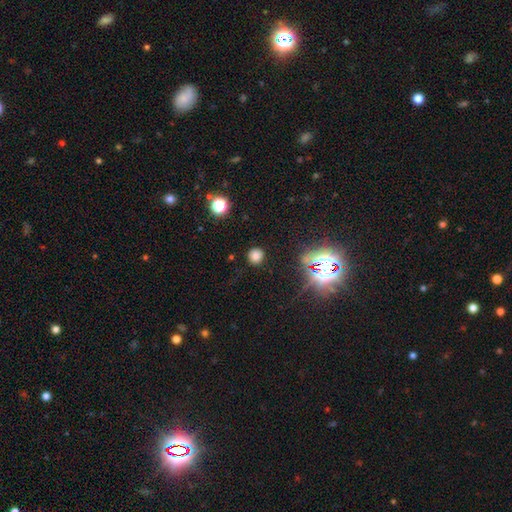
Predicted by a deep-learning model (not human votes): A smooth galaxy with no disk features (76%) that is round (91%). Merging: none (88%).